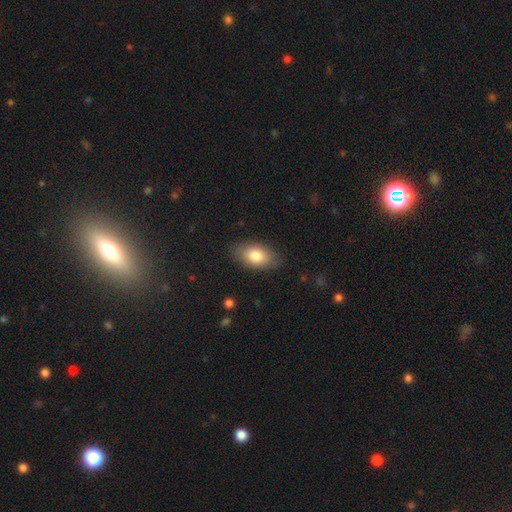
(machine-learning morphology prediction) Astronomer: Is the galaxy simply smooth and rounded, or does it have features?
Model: smooth — 81%.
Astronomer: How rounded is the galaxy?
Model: in between — 91%.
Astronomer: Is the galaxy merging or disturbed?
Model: none — 82%.